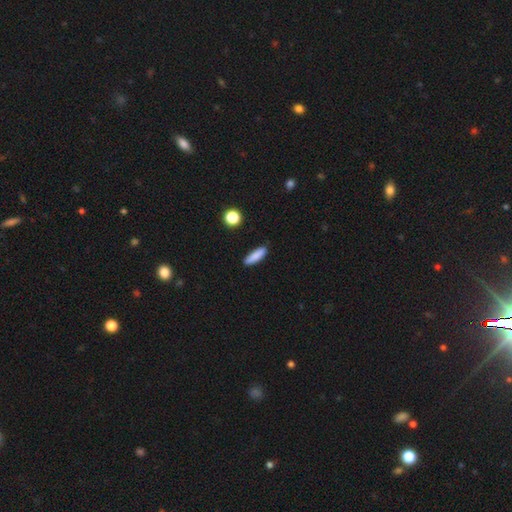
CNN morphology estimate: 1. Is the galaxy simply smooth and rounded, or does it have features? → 86% smooth, 7% featured or disk, 7% star or artifact.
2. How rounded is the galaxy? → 62% cigar-shaped, 36% in between, 2% round.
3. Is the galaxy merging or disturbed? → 88% none, 9% minor disturbance, 2% major disturbance, 2% merger.